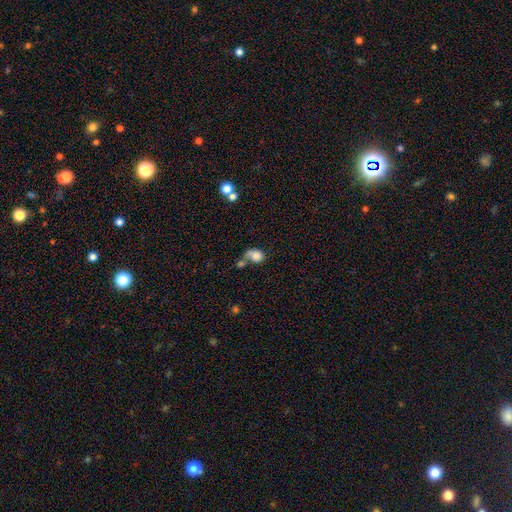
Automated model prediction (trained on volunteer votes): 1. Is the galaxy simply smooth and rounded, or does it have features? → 74% smooth, 16% featured or disk, 10% star or artifact.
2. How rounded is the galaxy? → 50% round, 49% in between, 1% cigar-shaped.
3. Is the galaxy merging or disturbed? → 39% merger, 26% none, 19% major disturbance, 16% minor disturbance.